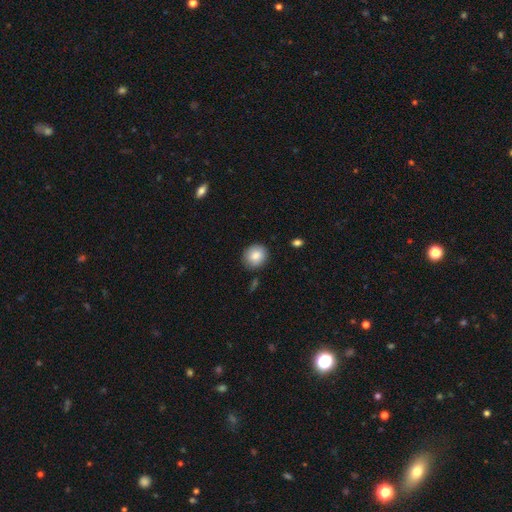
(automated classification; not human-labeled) smooth-or-featured: smooth: 84% | star or artifact: 8% | featured or disk: 8%
  how-rounded: round: 82% | in between: 17% | cigar-shaped: 1%
  merging: none: 85% | minor disturbance: 10% | major disturbance: 2% | merger: 2%